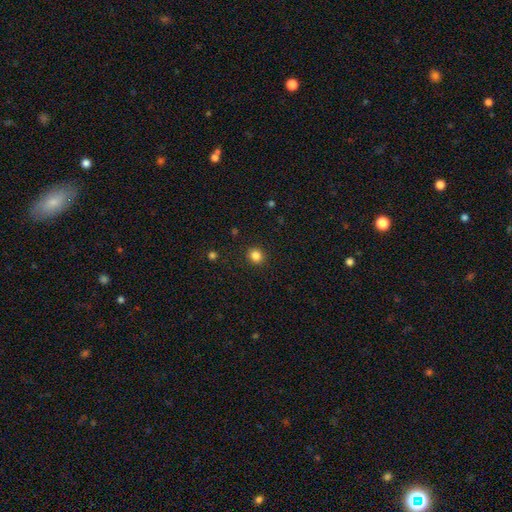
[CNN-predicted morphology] The model was most divided on "how rounded": round: 85%, in between: 14%, cigar-shaped: 1%. More confident: merging — none (91%); smooth or featured — smooth (84%).